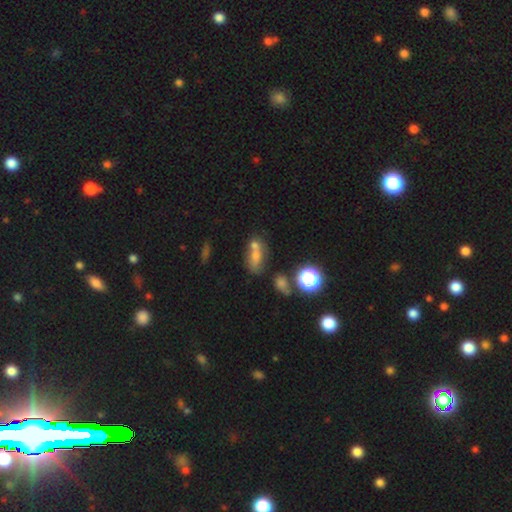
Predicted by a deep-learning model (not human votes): The model was most divided on "merging": merger: 40%, none: 37%, minor disturbance: 14%, major disturbance: 9%. More confident: how rounded — in between (65%); smooth or featured — smooth (60%).